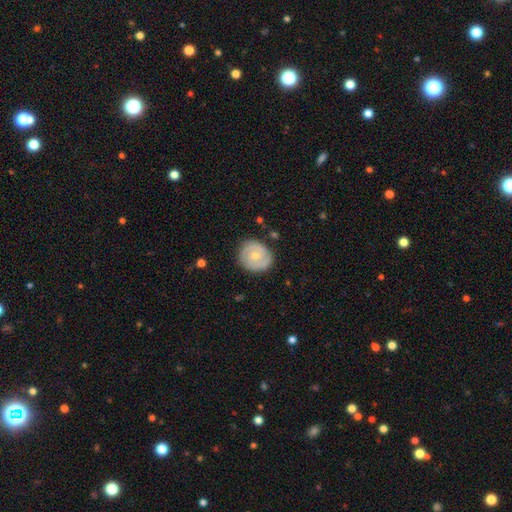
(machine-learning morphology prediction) A featured or disk galaxy (72%) with no bar (68%), 2 (75%) tight (60%) spiral arms (89%) and a small central bulge (55%).

Vote fractions:
- Smooth or featured? featured or disk: 72% / smooth: 23% / star or artifact: 5%
- Edge-on disk? no: 98% / yes: 2%
- Bar? no: 68% / weak: 27% / strong: 5%
- Spiral arms? yes: 89% / no: 11%
- Spiral winding? tight: 60% / medium: 32% / loose: 8%
- Spiral arm count? 2: 75% / can't tell: 12% / 3: 6% / 1: 4% / 4: 2% / more than 4: 2%
- Bulge size? small: 55% / moderate: 41% / none: 2% / large: 1% / dominant: 1%
- Merging? none: 83% / minor disturbance: 12% / major disturbance: 3% / merger: 1%